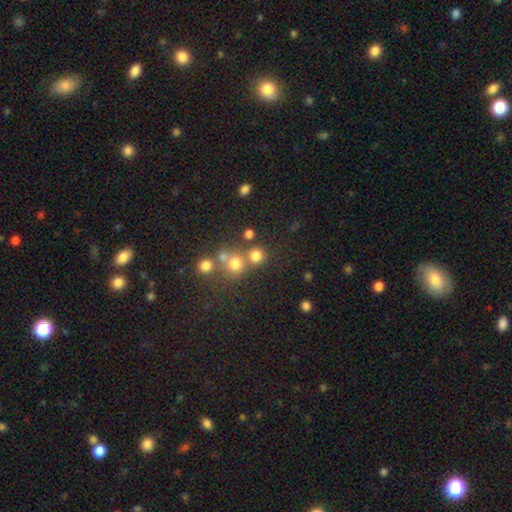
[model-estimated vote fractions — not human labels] smooth_or_featured: smooth (p=0.74) [alt: star or artifact p=0.17]
how_rounded: round (p=0.89) [alt: in between p=0.10]
merging: none (p=0.63) [alt: merger p=0.24]